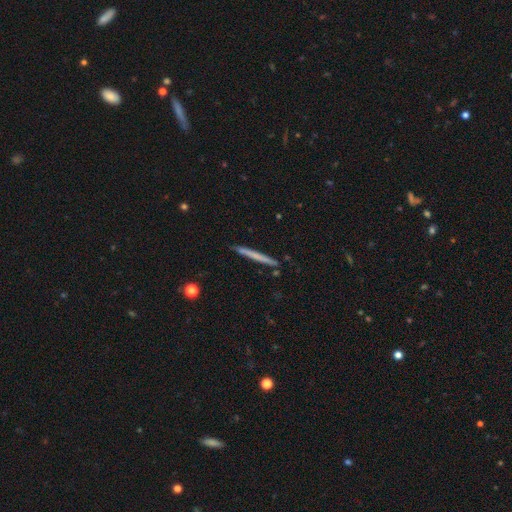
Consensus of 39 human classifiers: Smooth or featured?
  - smooth: 59% *
  - featured or disk: 41%
  - star or artifact: 0%
How rounded?
  - cigar-shaped: 100% *
  - round: 0%
  - in between: 0%
Merging?
  - none: 92% *
  - minor disturbance: 8%
  - major disturbance: 0%
  - merger: 0%